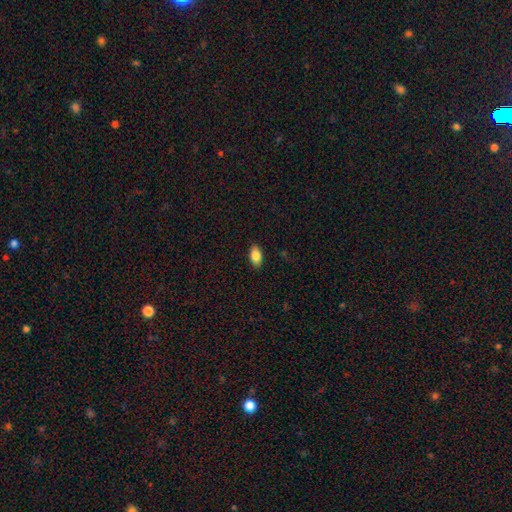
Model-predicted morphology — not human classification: A smooth galaxy with no disk features (85%) that is in between round and cigar-shaped (92%).

Vote fractions:
- Smooth or featured? smooth: 85% / star or artifact: 8% / featured or disk: 7%
- How rounded? in between: 92% / round: 5% / cigar-shaped: 3%
- Merging? none: 89% / minor disturbance: 8% / major disturbance: 2% / merger: 1%